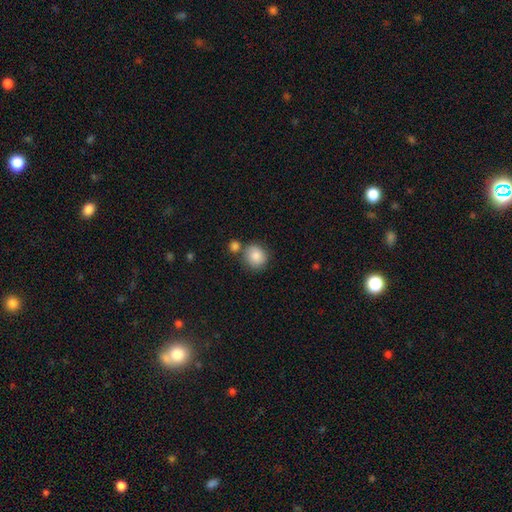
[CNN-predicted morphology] smooth 86%, star or artifact 8%, featured or disk 6%. Down the decision tree: how rounded — round (81%); merging — none (64%).